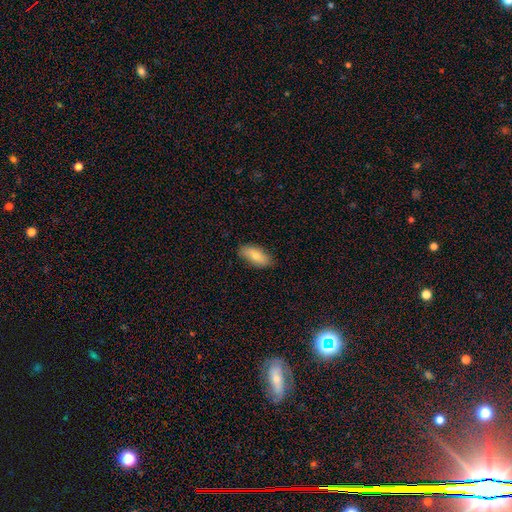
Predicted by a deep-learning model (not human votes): A smooth galaxy with no disk features (76%) that is in between round and cigar-shaped (87%). Merging: none (84%).